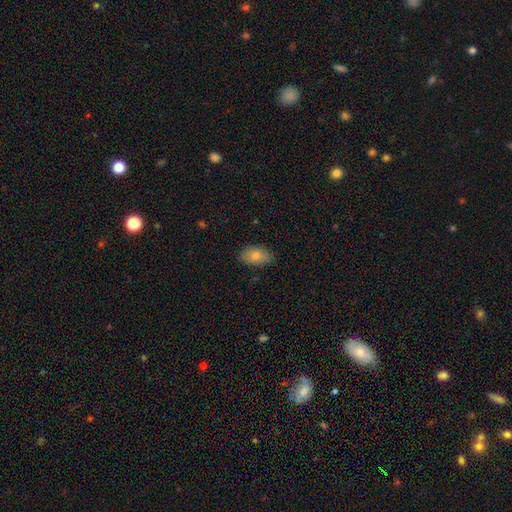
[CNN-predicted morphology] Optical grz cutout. It shows a smooth galaxy with no disk features (79%) that is in between round and cigar-shaped (91%). Merging: none (80%).